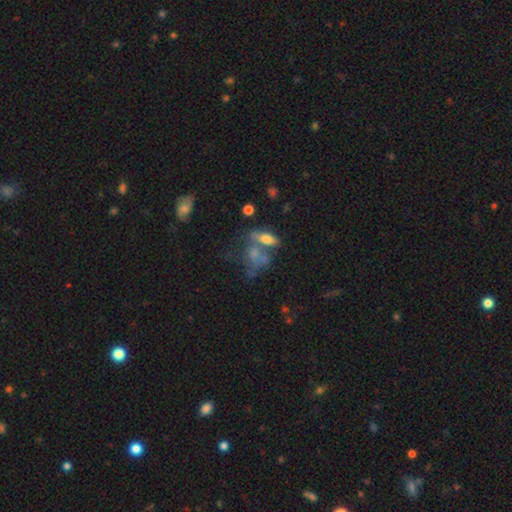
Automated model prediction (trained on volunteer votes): The model was most divided on "merging": merger: 36%, none: 35%, minor disturbance: 15%, major disturbance: 13%. More confident: how rounded — in between (64%); smooth or featured — smooth (53%).